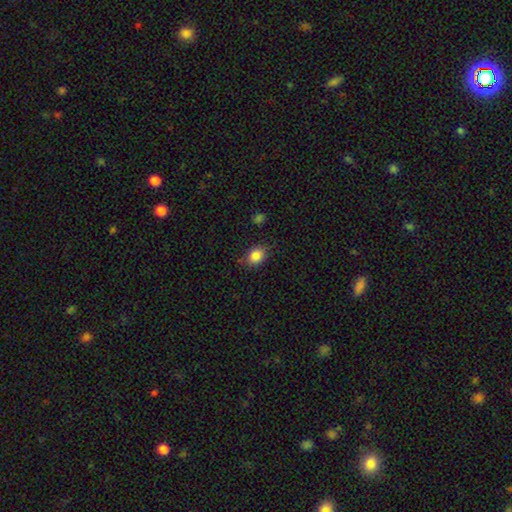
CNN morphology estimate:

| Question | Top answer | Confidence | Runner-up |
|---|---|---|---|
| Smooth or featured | smooth | 85% | star or artifact (9%) |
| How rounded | in between | 57% | round (42%) |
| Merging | none | 79% | minor disturbance (15%) |